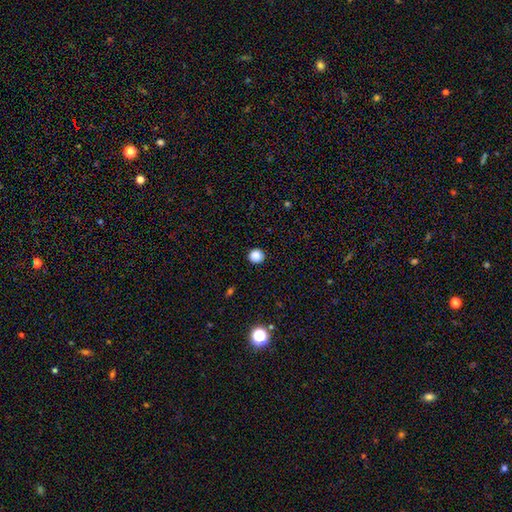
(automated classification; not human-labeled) This appears to be a smooth galaxy with no disk features (87%) that is round (94%). Merging: none (92%).